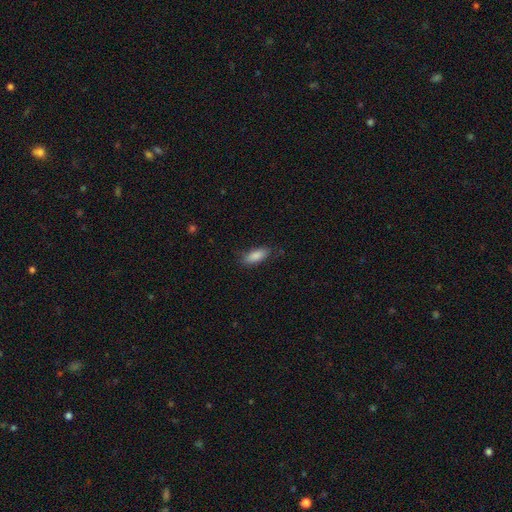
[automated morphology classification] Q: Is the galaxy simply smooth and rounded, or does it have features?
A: smooth — 86%.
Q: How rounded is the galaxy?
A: in between — 74%.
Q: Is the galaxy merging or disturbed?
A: none — 77%.